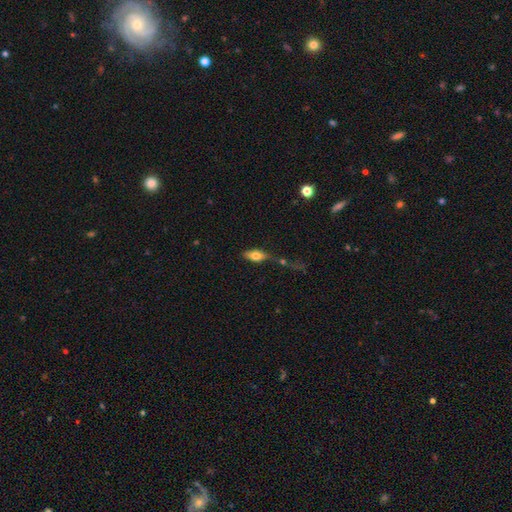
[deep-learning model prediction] A smooth galaxy with no disk features (67%) that is in between round and cigar-shaped (79%).

Vote fractions:
- Smooth or featured? smooth: 67% / featured or disk: 25% / star or artifact: 8%
- How rounded? in between: 79% / cigar-shaped: 17% / round: 4%
- Merging? none: 43% / merger: 24% / minor disturbance: 17% / major disturbance: 15%